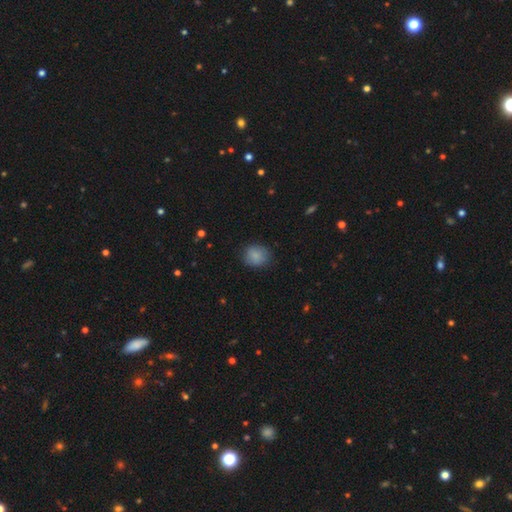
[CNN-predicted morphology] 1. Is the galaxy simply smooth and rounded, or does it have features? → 86% smooth, 8% star or artifact, 5% featured or disk.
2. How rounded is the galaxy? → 67% round, 32% in between, 1% cigar-shaped.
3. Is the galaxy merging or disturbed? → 81% none, 14% minor disturbance, 3% major disturbance, 1% merger.